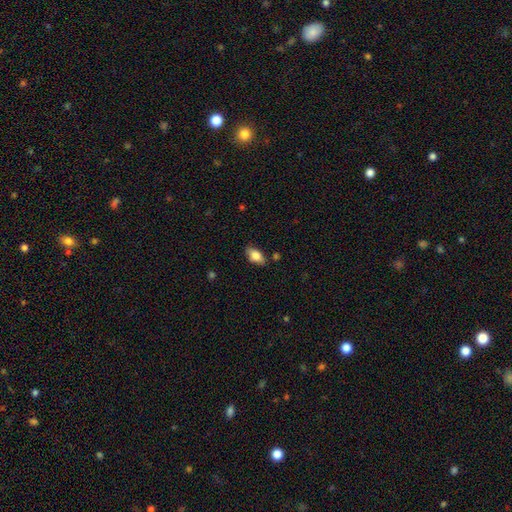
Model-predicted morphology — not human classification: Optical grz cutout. It shows a smooth galaxy with no disk features (80%) that is in between round and cigar-shaped (89%). Merging: none (79%).